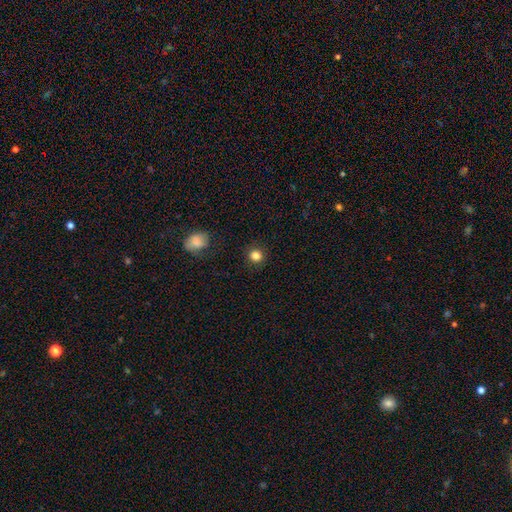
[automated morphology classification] This appears to be a smooth galaxy with no disk features (84%) that is round (88%). Merging: none (90%).